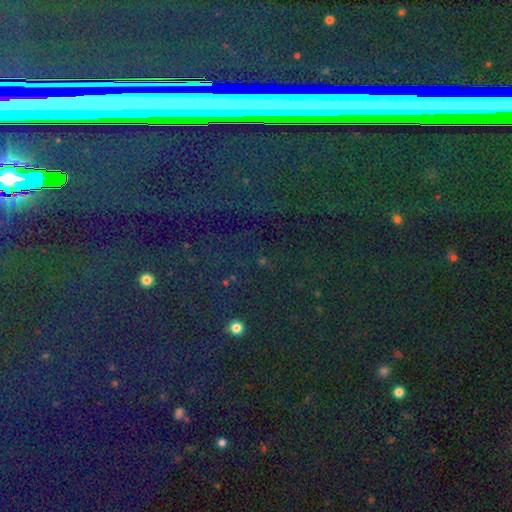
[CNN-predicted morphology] type=star or artifact (79%).